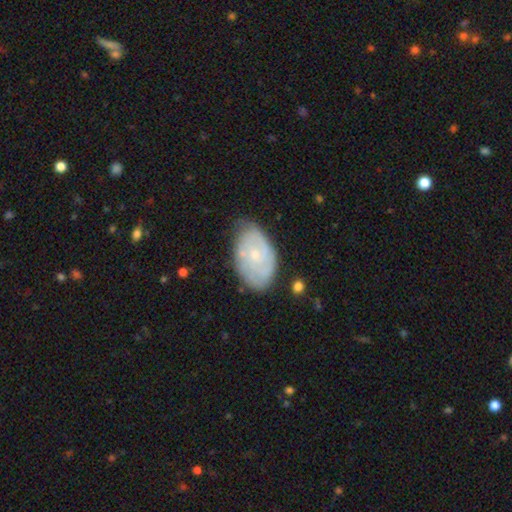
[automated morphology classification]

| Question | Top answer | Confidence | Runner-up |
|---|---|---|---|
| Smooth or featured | featured or disk | 57% | smooth (36%) |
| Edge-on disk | no | 96% | yes (4%) |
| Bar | no | 81% | weak (17%) |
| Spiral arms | yes | 66% | no (34%) |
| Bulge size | small | 73% | moderate (22%) |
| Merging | none | 61% | minor disturbance (29%) |